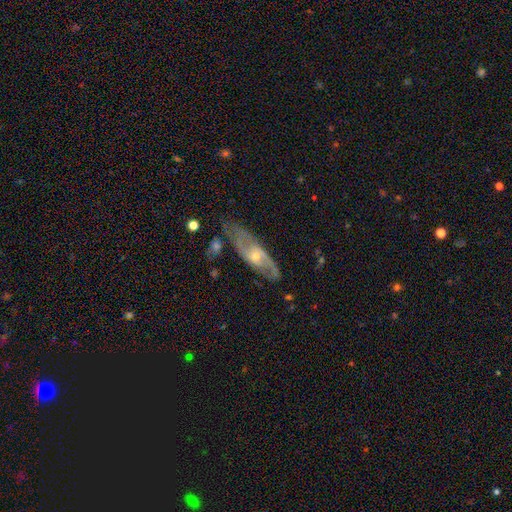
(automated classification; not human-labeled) A featured or disk galaxy (76%) with no bar (61%), spiral arms (84%) and a small central bulge (52%). Merging: none (67%).